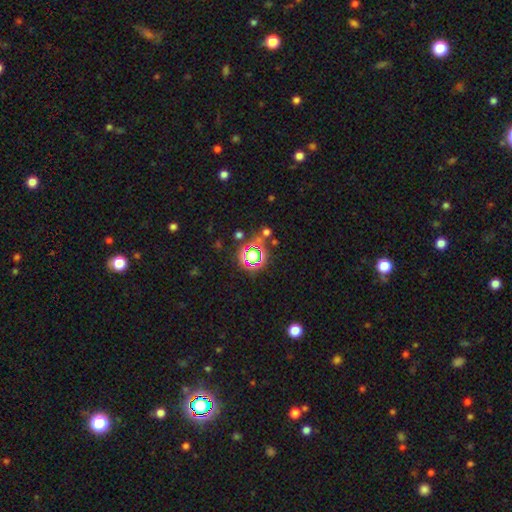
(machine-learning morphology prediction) Smooth or featured? star or artifact (58%)